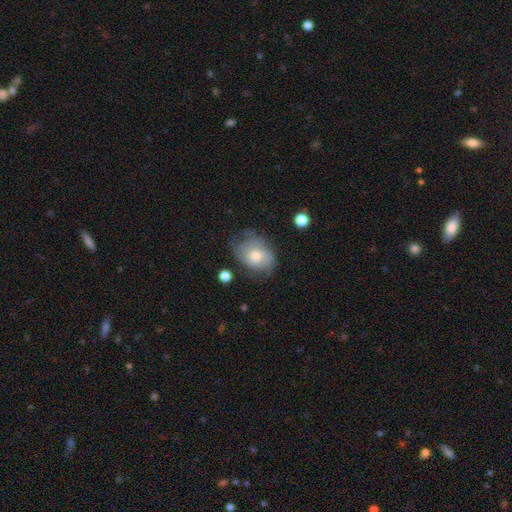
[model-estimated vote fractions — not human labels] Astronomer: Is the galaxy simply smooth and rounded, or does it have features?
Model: smooth — 48% (runner-up: featured or disk, 44%).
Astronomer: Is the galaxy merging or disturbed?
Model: none — 51% (runner-up: minor disturbance, 30%).